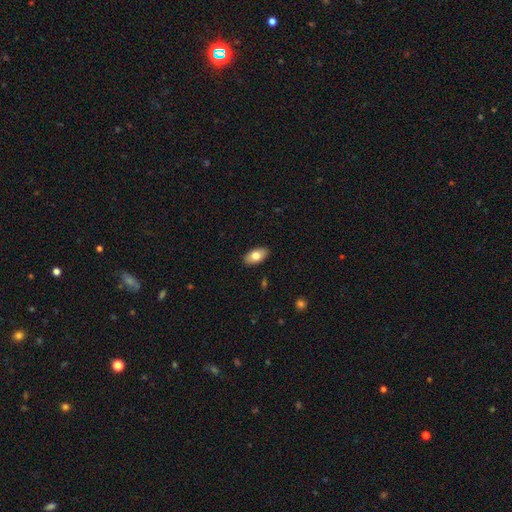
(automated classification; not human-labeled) Overall: smooth (77%). How rounded: in between (93%). Merging: none (89%).